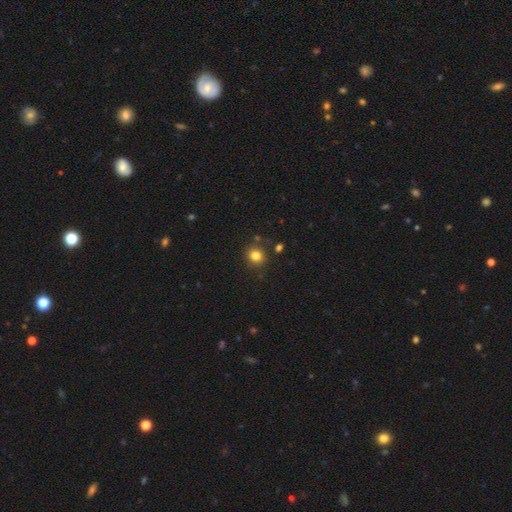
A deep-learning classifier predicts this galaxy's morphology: Q: Smooth or featured?
A: smooth (81%); runner-up: star or artifact (13%)
Q: How rounded?
A: round (87%); runner-up: in between (12%)
Q: Merging?
A: none (84%); runner-up: minor disturbance (9%)